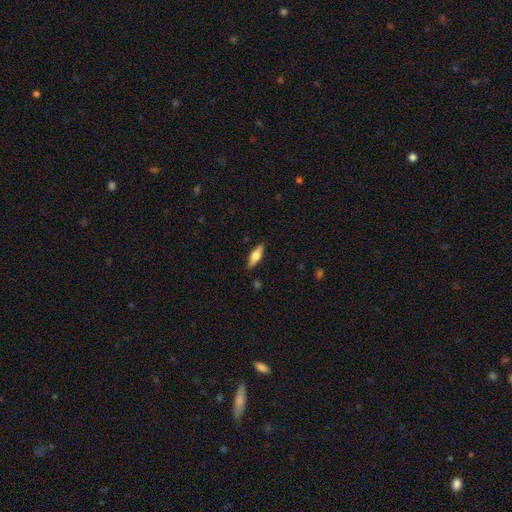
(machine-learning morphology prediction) This is possibly a smooth galaxy (54%). How rounded: possibly in between (54%). Merging: clearly none (87%).